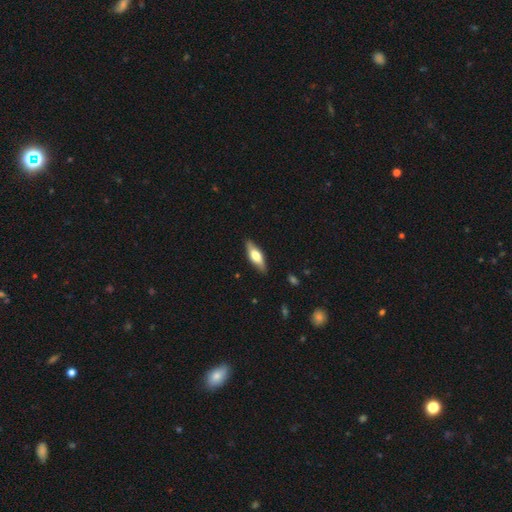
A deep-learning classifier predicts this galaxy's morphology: This appears to be a smooth galaxy with no disk features (53%) that is in between round and cigar-shaped (59%). Merging: none (86%).